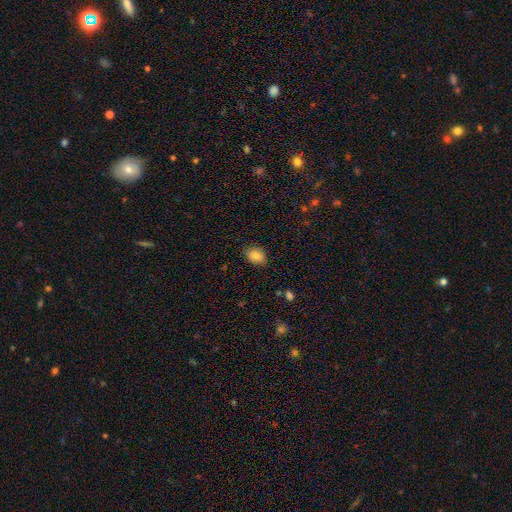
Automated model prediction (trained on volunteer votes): Smooth or featured? smooth (87%)
How rounded? in between (76%)
Merging? none (84%)